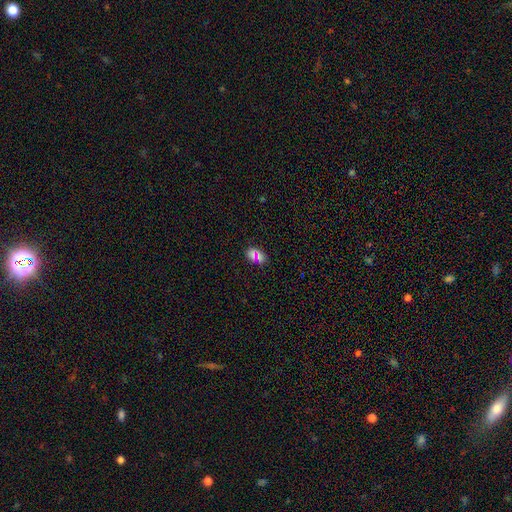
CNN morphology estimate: A smooth galaxy with no disk features (64%) that is in between round and cigar-shaped (70%).

Vote fractions:
- Smooth or featured? smooth: 64% / star or artifact: 28% / featured or disk: 8%
- How rounded? in between: 70% / round: 26% / cigar-shaped: 4%
- Merging? none: 82% / minor disturbance: 10% / major disturbance: 4% / merger: 4%